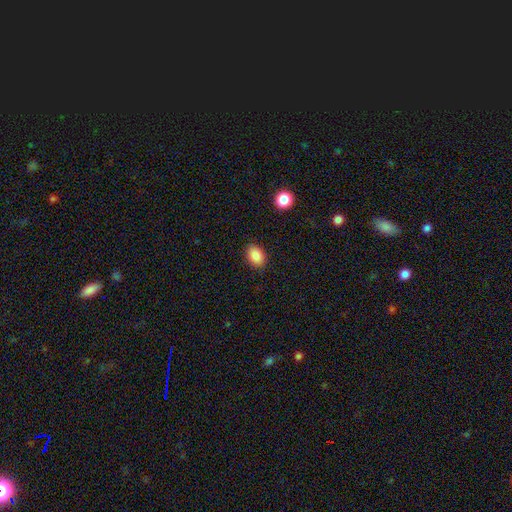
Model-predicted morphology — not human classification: Smooth or featured? smooth (87%)
How rounded? in between (72%)
Merging? none (87%)